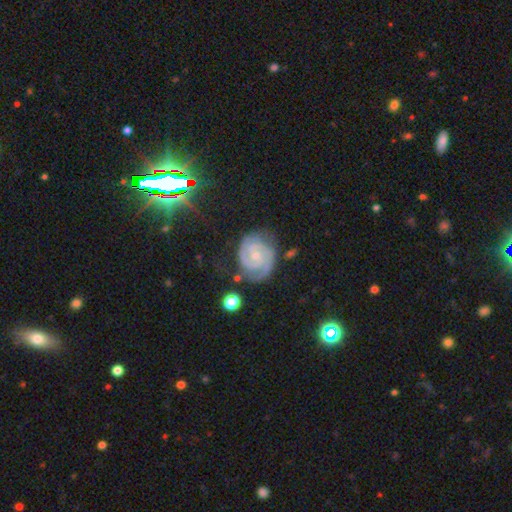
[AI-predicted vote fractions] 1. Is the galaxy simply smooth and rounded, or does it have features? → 88% featured or disk, 6% star or artifact, 5% smooth.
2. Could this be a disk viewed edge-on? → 98% no, 2% yes.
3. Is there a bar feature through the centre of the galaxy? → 62% no, 31% weak, 8% strong.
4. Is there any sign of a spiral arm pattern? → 98% yes, 2% no.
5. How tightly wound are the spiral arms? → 73% tight, 24% medium, 3% loose.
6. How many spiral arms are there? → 78% 2, 10% 3, 6% can't tell, 2% 1, 2% 4, 2% more than 4.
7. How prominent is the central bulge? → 67% small, 26% moderate, 4% none, 1% large, 1% dominant.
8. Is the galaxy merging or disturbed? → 72% none, 19% minor disturbance, 7% major disturbance, 2% merger.